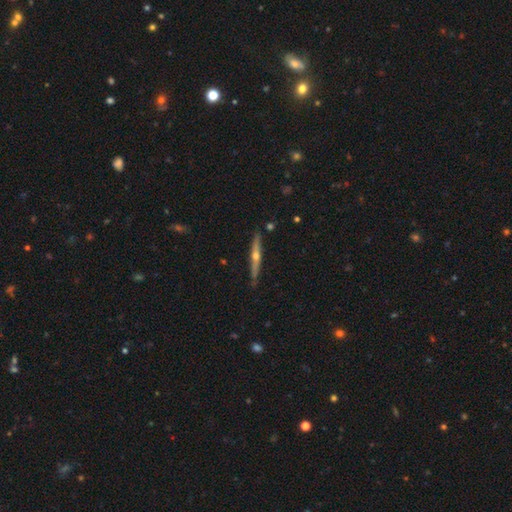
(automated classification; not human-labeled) The model was most divided on "smooth or featured": featured or disk: 74%, smooth: 20%, star or artifact: 6%. More confident: edge-on disk — yes (97%); edge-on bulge — rounded (91%); merging — none (87%).